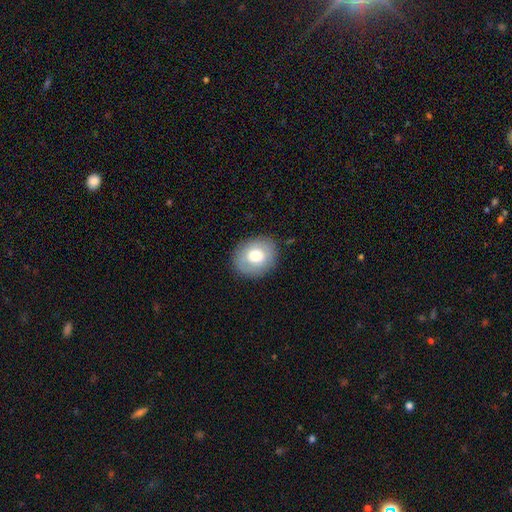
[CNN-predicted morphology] smooth_or_featured: smooth (p=0.68) [alt: featured or disk p=0.25]
how_rounded: round (p=0.60) [alt: in between p=0.39]
merging: none (p=0.85) [alt: minor disturbance p=0.10]